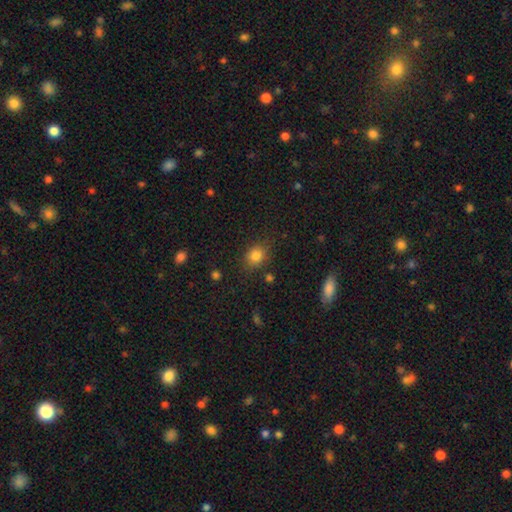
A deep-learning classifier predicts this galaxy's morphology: Smooth or featured: smooth — 82% (star or artifact — 12%)
How rounded: round — 60% (in between — 39%)
Merging: none — 79% (minor disturbance — 14%)